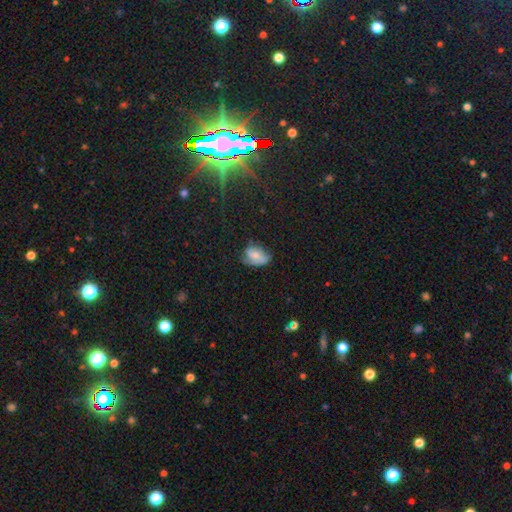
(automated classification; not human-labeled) smooth_or_featured: smooth (p=0.59) [alt: featured or disk p=0.29]
how_rounded: in between (p=0.80) [alt: round p=0.18]
merging: none (p=0.44) [alt: minor disturbance p=0.36]